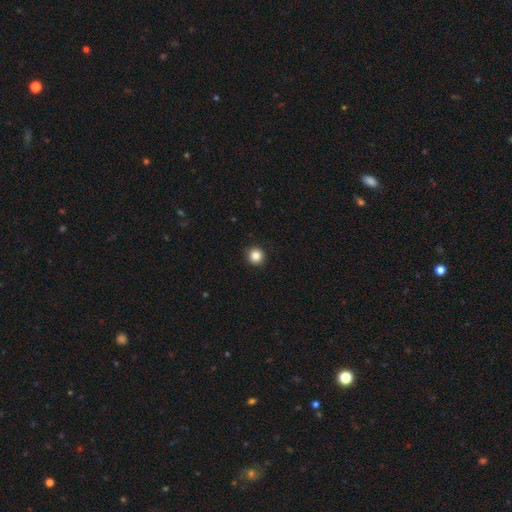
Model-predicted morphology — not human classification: smooth-or-featured: smooth: 86% | star or artifact: 11% | featured or disk: 4%
  how-rounded: round: 95% | in between: 4% | cigar-shaped: 1%
  merging: none: 92% | minor disturbance: 5% | major disturbance: 2% | merger: 1%